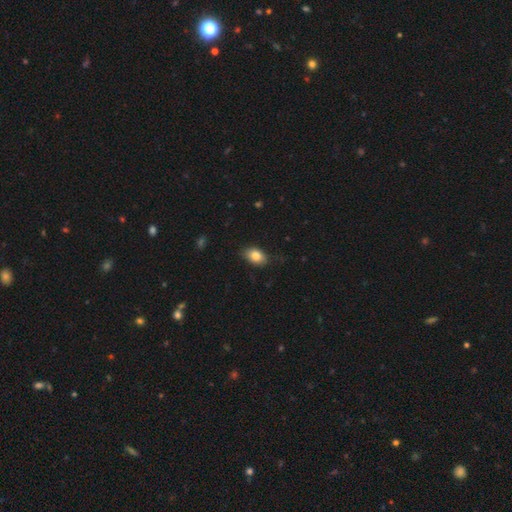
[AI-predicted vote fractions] smooth-or-featured: smooth: 82% | featured or disk: 10% | star or artifact: 8%
  how-rounded: in between: 84% | round: 14% | cigar-shaped: 2%
  merging: none: 79% | minor disturbance: 17% | major disturbance: 3% | merger: 1%